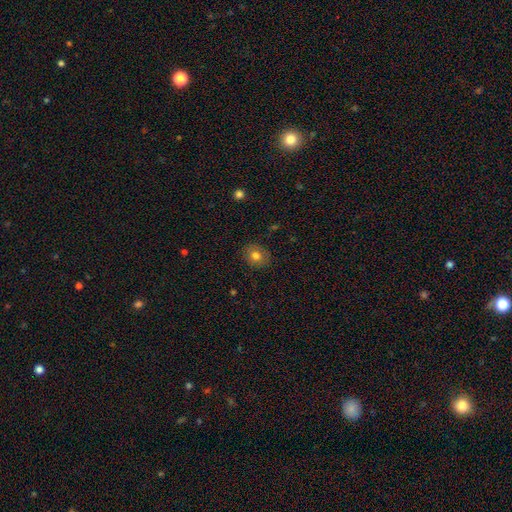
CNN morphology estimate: Smooth or featured: smooth — 77% (featured or disk — 13%)
How rounded: round — 64% (in between — 36%)
Merging: none — 86% (minor disturbance — 10%)